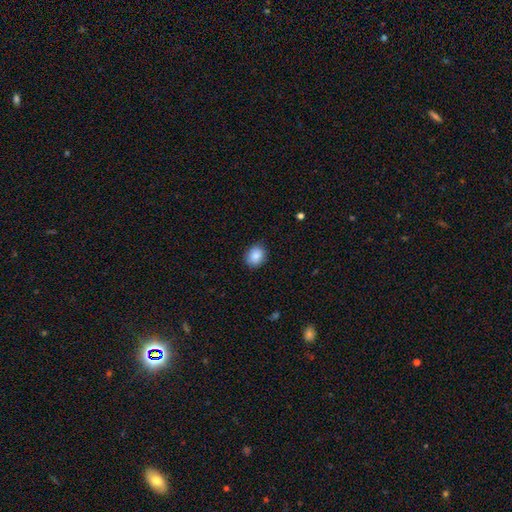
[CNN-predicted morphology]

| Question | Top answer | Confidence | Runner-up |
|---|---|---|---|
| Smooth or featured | smooth | 86% | star or artifact (8%) |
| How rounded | round | 59% | in between (40%) |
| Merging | none | 85% | minor disturbance (11%) |